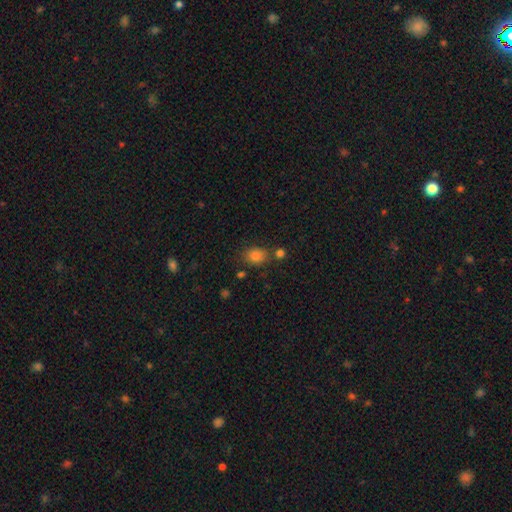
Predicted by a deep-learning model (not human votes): This is likely a smooth galaxy (79%). How rounded: possibly in between (50%). Merging: likely none (71%).